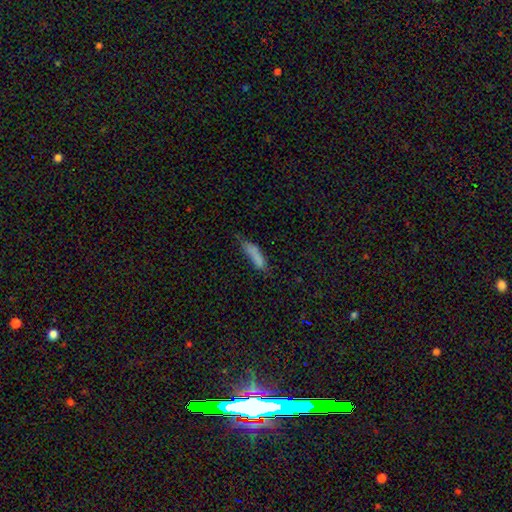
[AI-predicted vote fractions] Q: Smooth or featured?
A: smooth (76%); runner-up: featured or disk (13%)
Q: How rounded?
A: cigar-shaped (71%); runner-up: in between (27%)
Q: Merging?
A: none (50%); runner-up: minor disturbance (31%)